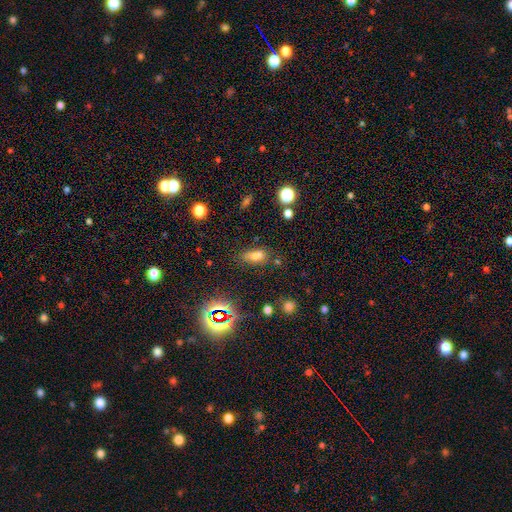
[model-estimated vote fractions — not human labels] A smooth galaxy with no disk features (66%) that is in between round and cigar-shaped (75%). Merging: none (60%).